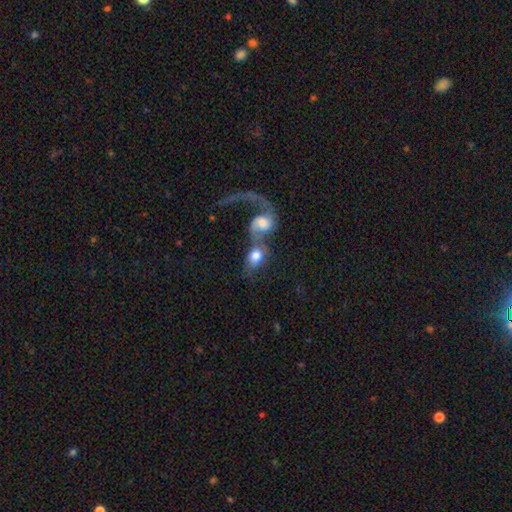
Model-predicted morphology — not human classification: The model was most divided on "how rounded": in between: 56%, round: 42%, cigar-shaped: 2%. More confident: merging — merger (70%); smooth or featured — smooth (59%).